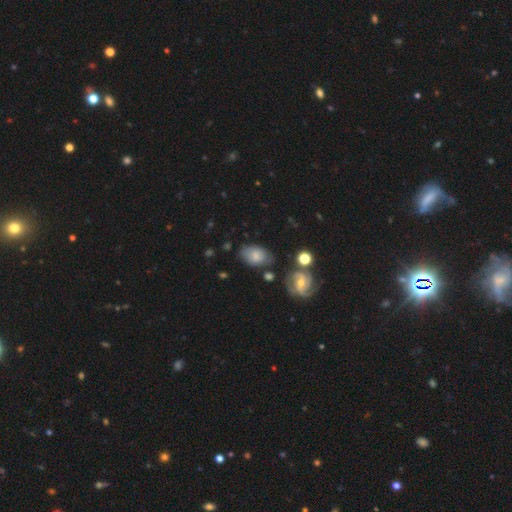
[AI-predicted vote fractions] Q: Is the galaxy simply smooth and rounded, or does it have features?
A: smooth — 67%.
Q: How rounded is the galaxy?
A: in between — 85%.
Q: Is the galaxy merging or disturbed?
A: none — 64%.